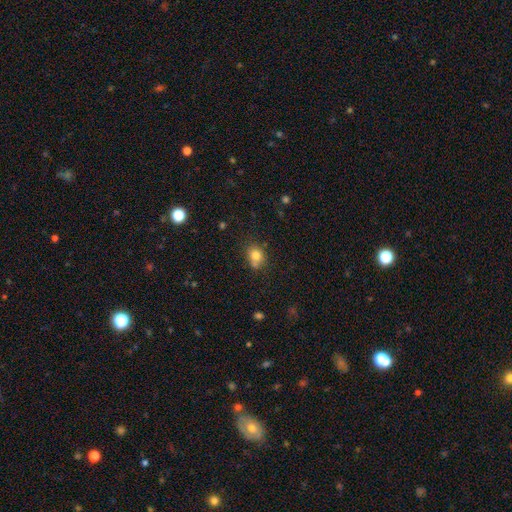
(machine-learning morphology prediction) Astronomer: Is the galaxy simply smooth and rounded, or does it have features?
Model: smooth — 78%.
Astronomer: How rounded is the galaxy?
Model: round — 64%.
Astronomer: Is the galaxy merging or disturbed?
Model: none — 57%.